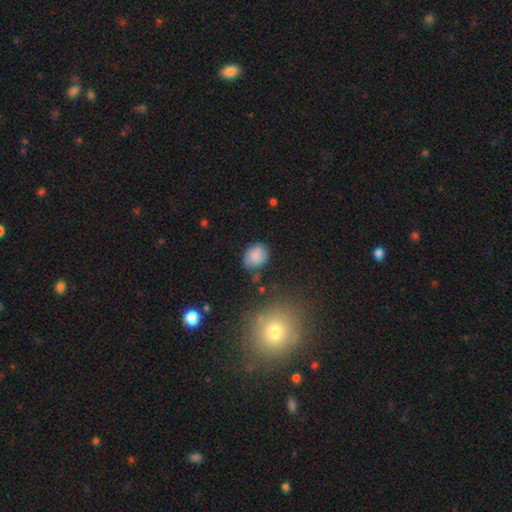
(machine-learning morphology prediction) This appears to be a smooth galaxy with no disk features (76%) that is in between round and cigar-shaped (55%). Merging: none (67%).